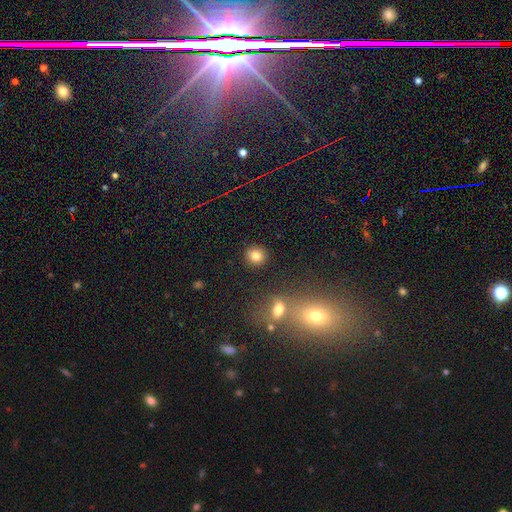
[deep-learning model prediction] Overall: smooth (82%). How rounded: round (87%). Merging: none (89%).